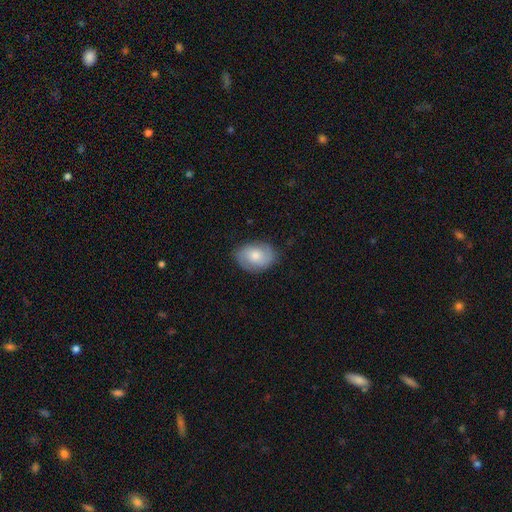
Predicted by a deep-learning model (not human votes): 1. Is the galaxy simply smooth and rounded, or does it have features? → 57% smooth, 36% featured or disk, 7% star or artifact.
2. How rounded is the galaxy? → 75% in between, 23% round, 1% cigar-shaped.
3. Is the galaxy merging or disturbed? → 80% none, 15% minor disturbance, 4% major disturbance, 1% merger.